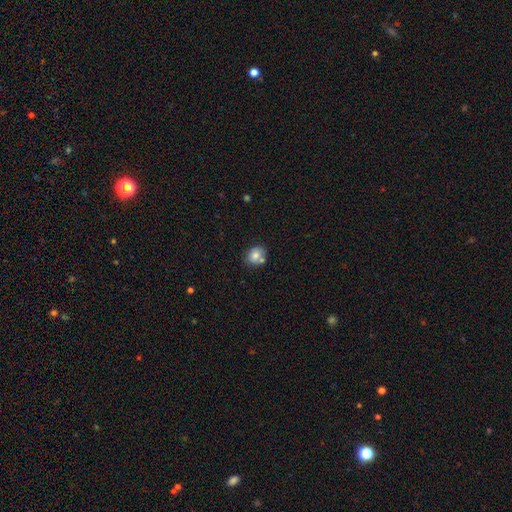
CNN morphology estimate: Smooth or featured? smooth (75%)
How rounded? round (61%)
Merging? none (61%)